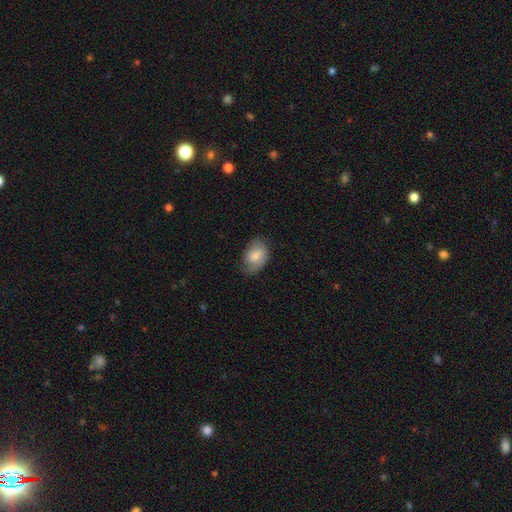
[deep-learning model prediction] This appears to be a smooth galaxy with no disk features (53%) that is in between round and cigar-shaped (80%). Merging: none (69%).